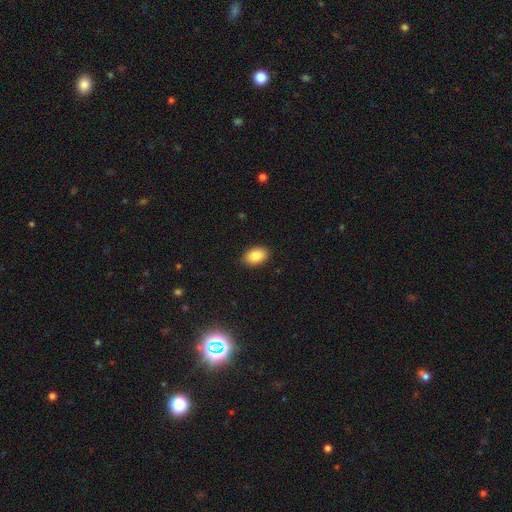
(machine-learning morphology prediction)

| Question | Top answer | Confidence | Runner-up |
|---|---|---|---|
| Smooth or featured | smooth | 86% | star or artifact (8%) |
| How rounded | in between | 87% | round (12%) |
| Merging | none | 90% | minor disturbance (7%) |